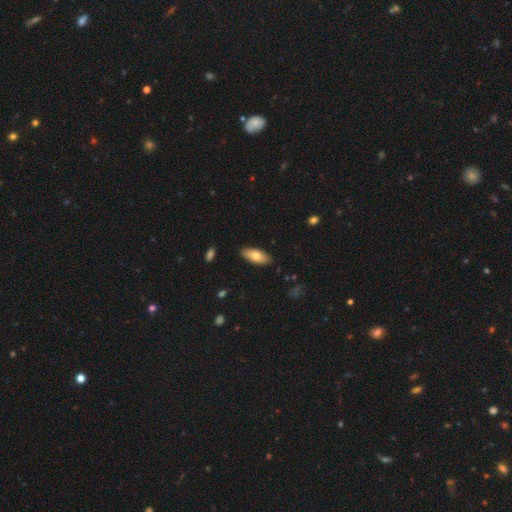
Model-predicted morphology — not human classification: The model was most divided on "smooth or featured": smooth: 73%, featured or disk: 21%, star or artifact: 6%. More confident: merging — none (87%); how rounded — in between (82%).